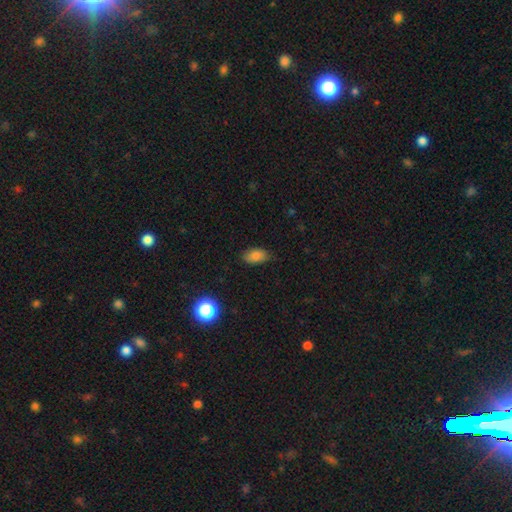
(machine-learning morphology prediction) Smooth or featured? smooth (82%)
How rounded? in between (91%)
Merging? none (78%)